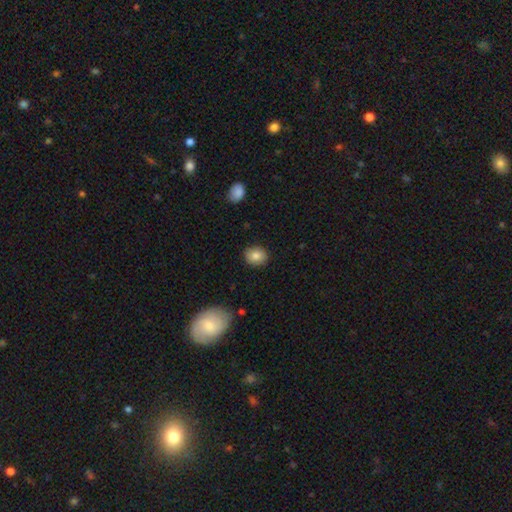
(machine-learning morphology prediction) The model was most divided on "how rounded": round: 60%, in between: 39%, cigar-shaped: 1%. More confident: merging — none (89%); smooth or featured — smooth (84%).